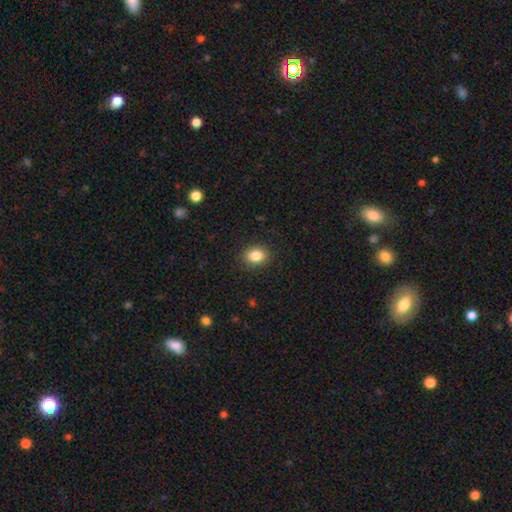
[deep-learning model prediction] This appears to be a smooth galaxy with no disk features (85%) that is in between round and cigar-shaped (62%). Merging: none (88%).